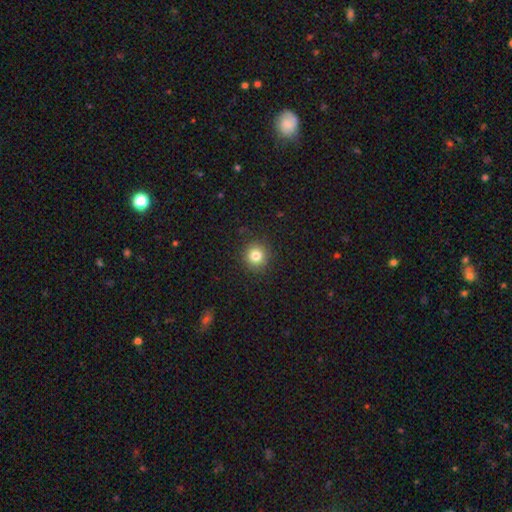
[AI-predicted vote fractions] A smooth galaxy with no disk features (81%) that is round (93%). Merging: none (91%).